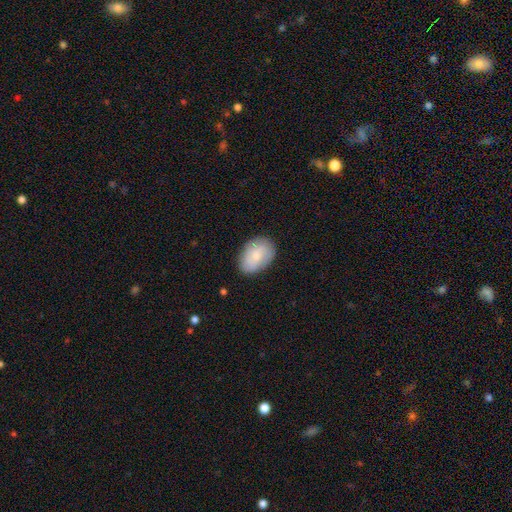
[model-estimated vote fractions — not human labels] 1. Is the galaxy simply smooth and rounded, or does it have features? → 76% smooth, 18% featured or disk, 6% star or artifact.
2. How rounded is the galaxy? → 85% in between, 14% round, 1% cigar-shaped.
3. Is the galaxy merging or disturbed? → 81% none, 15% minor disturbance, 3% major disturbance, 1% merger.